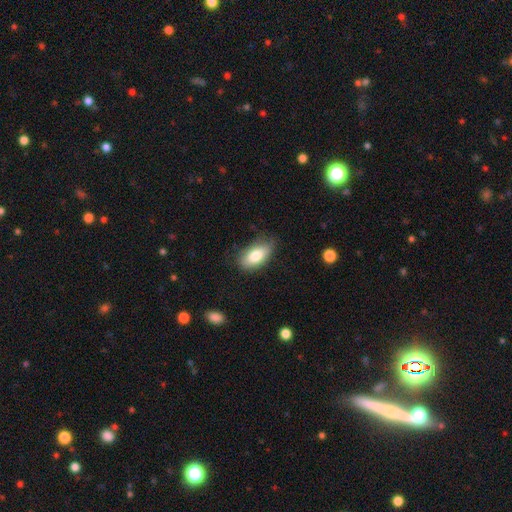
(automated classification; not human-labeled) smooth 78%, featured or disk 15%, star or artifact 7%. Down the decision tree: how rounded — in between (89%); merging — none (73%).